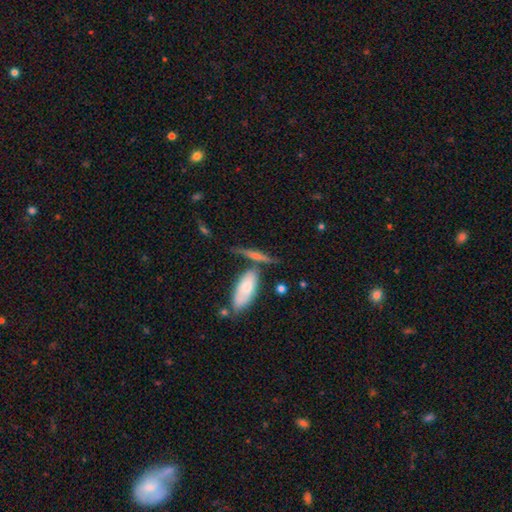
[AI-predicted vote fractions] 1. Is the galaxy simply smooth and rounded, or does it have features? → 47% featured or disk, 43% smooth, 10% star or artifact.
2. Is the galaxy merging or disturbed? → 60% none, 19% merger, 15% minor disturbance, 6% major disturbance.